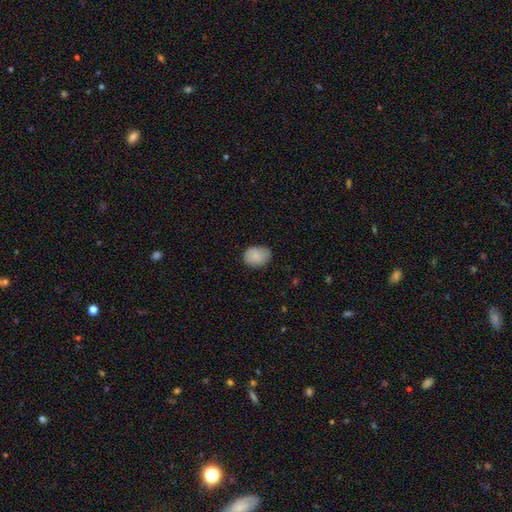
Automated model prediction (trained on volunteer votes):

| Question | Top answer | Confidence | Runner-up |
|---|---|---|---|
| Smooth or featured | smooth | 88% | star or artifact (7%) |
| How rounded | in between | 64% | round (35%) |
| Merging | none | 79% | minor disturbance (17%) |